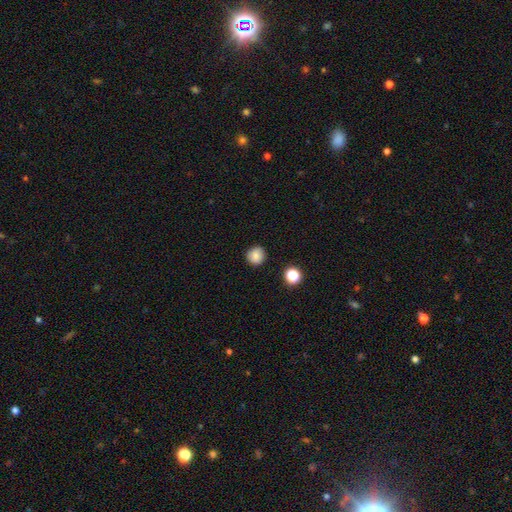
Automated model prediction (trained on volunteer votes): smooth_or_featured: smooth (p=0.83) [alt: star or artifact p=0.11]
how_rounded: round (p=0.93) [alt: in between p=0.06]
merging: none (p=0.89) [alt: minor disturbance p=0.07]